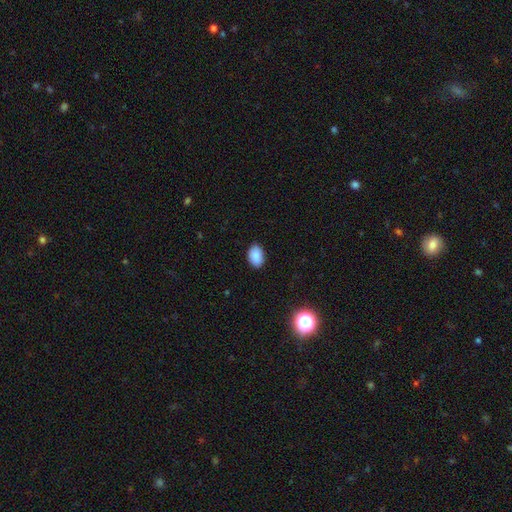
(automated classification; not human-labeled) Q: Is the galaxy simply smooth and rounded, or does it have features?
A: smooth — 88%.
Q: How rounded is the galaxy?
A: in between — 84%.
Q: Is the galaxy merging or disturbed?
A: none — 86%.